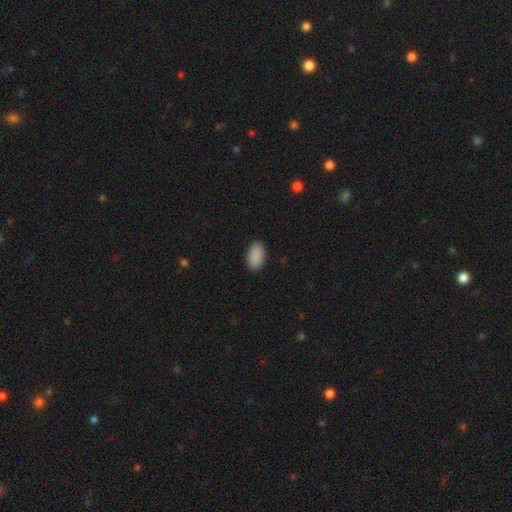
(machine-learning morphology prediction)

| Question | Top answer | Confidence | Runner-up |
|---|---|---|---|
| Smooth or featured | smooth | 90% | star or artifact (7%) |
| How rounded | in between | 94% | round (4%) |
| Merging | none | 89% | minor disturbance (8%) |